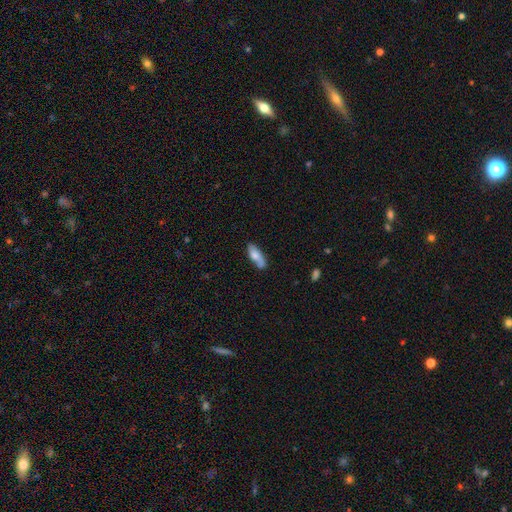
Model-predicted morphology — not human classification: Overall: smooth (68%). How rounded: in between (69%; cigar-shaped 29%). Merging: none (64%).